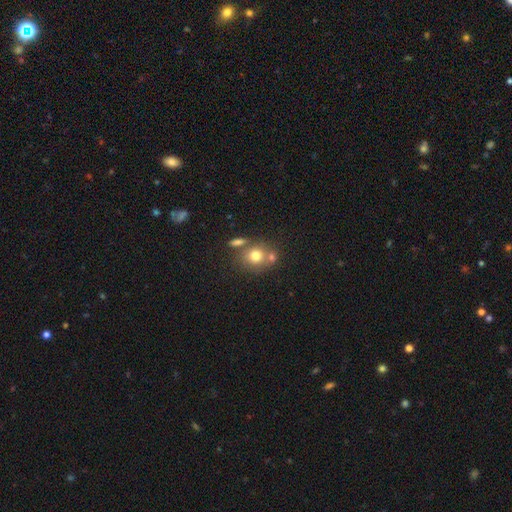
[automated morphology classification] Smooth or featured? Predicted: smooth (p=0.74). How rounded? Predicted: round (p=0.78). Merging? Predicted: none (p=0.54).